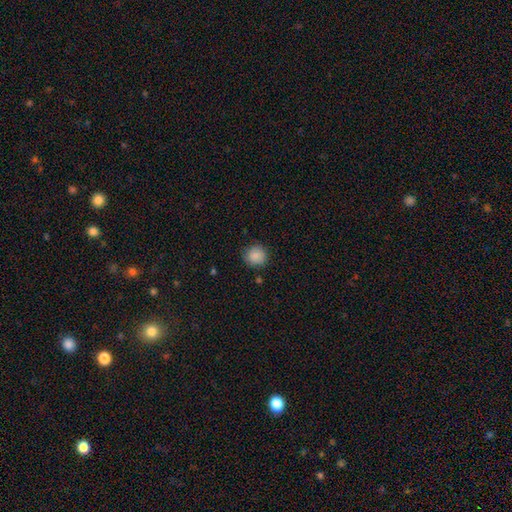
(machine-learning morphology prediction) smooth-or-featured: smooth: 87% | star or artifact: 9% | featured or disk: 4%
  how-rounded: round: 90% | in between: 9% | cigar-shaped: 1%
  merging: none: 84% | minor disturbance: 12% | major disturbance: 3% | merger: 1%